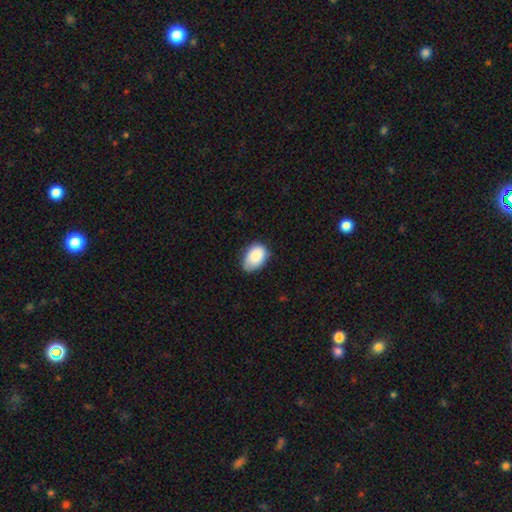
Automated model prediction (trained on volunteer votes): Smooth or featured?
  - smooth: 87% *
  - star or artifact: 7%
  - featured or disk: 7%
How rounded?
  - in between: 85% *
  - round: 14%
  - cigar-shaped: 1%
Merging?
  - none: 64% *
  - minor disturbance: 31%
  - major disturbance: 4%
  - merger: 1%